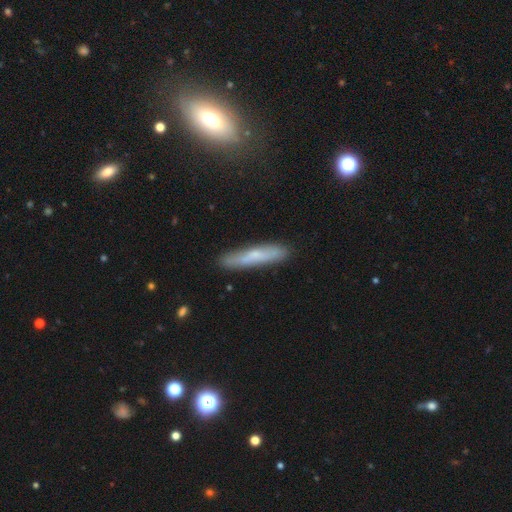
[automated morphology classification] smooth-or-featured: smooth: 57% | featured or disk: 35% | star or artifact: 8%
  how-rounded: cigar-shaped: 90% | in between: 8% | round: 2%
  merging: none: 84% | minor disturbance: 12% | major disturbance: 2% | merger: 2%